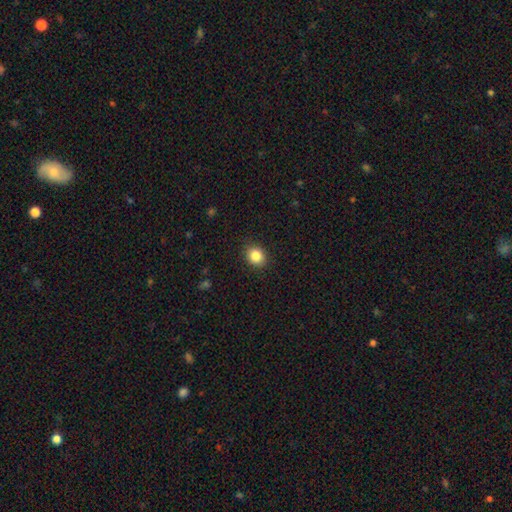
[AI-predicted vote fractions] Q: Smooth or featured?
A: smooth (85%); runner-up: star or artifact (10%)
Q: How rounded?
A: round (68%); runner-up: in between (31%)
Q: Merging?
A: none (89%); runner-up: minor disturbance (8%)